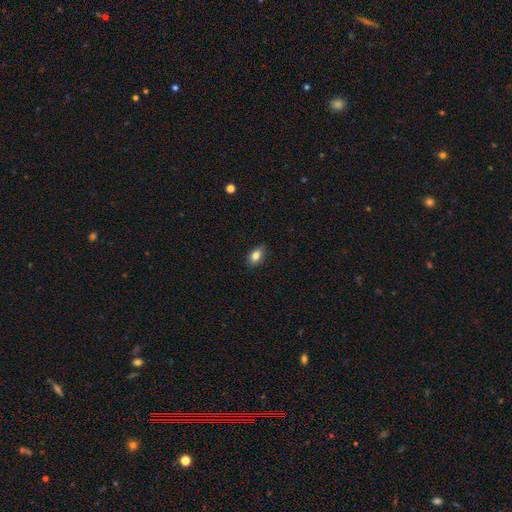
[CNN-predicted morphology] smooth 83%, featured or disk 9%, star or artifact 8%. Down the decision tree: how rounded — in between (87%); merging — none (84%).